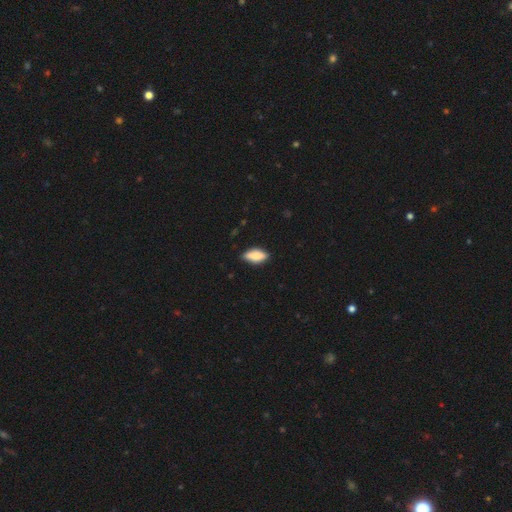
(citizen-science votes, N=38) Smooth or featured? smooth (66%)
How rounded? in between (84%)
Merging? none (86%)